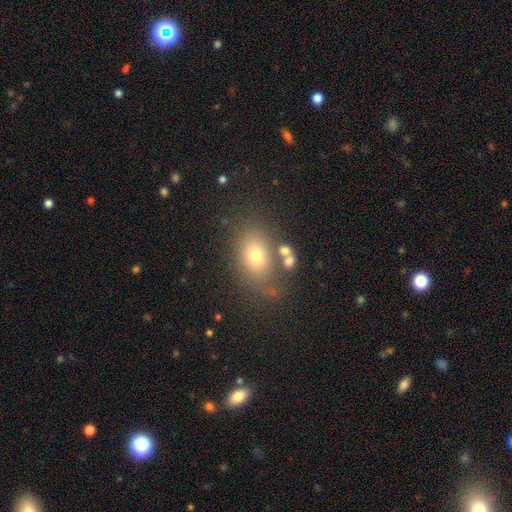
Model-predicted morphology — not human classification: Smooth or featured?
  - smooth: 71% *
  - featured or disk: 15%
  - star or artifact: 14%
How rounded?
  - in between: 77% *
  - round: 21%
  - cigar-shaped: 2%
Merging?
  - none: 69% *
  - minor disturbance: 15%
  - merger: 10%
  - major disturbance: 7%